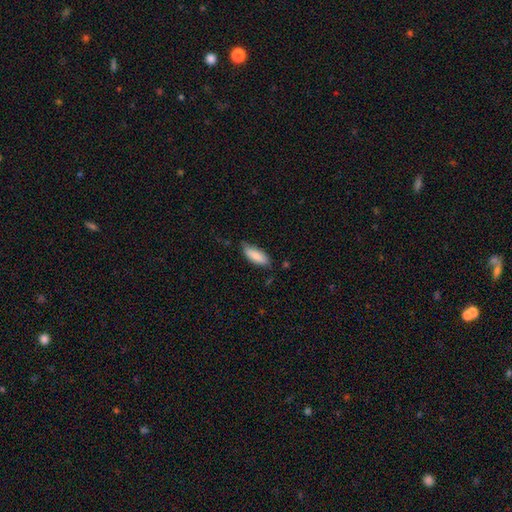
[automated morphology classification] Smooth or featured?
  - smooth: 85% *
  - featured or disk: 9%
  - star or artifact: 6%
How rounded?
  - in between: 73% *
  - cigar-shaped: 25%
  - round: 2%
Merging?
  - none: 67% *
  - minor disturbance: 27%
  - major disturbance: 4%
  - merger: 2%